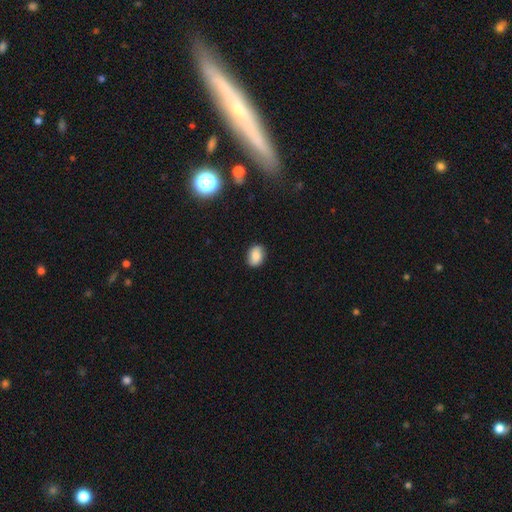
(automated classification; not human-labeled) smooth 82%, featured or disk 9%, star or artifact 9%. Down the decision tree: how rounded — in between (76%); merging — none (85%).